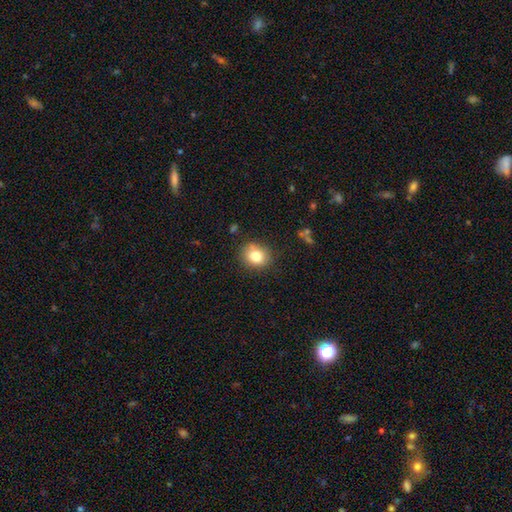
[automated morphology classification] This is clearly a smooth galaxy (80%). How rounded: likely round (68%). Merging: likely none (79%).